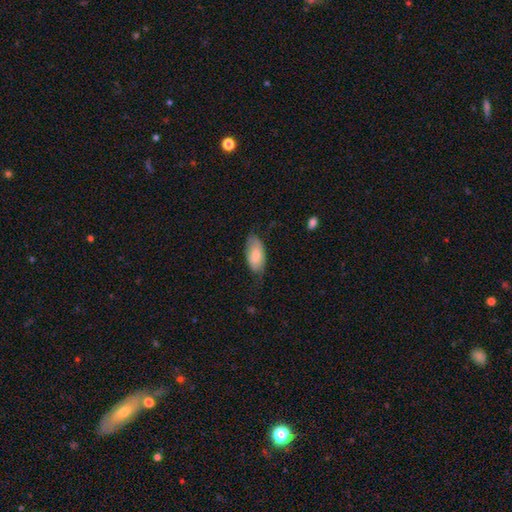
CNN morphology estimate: Smooth or featured? smooth (78%)
How rounded? in between (93%)
Merging? none (57%)